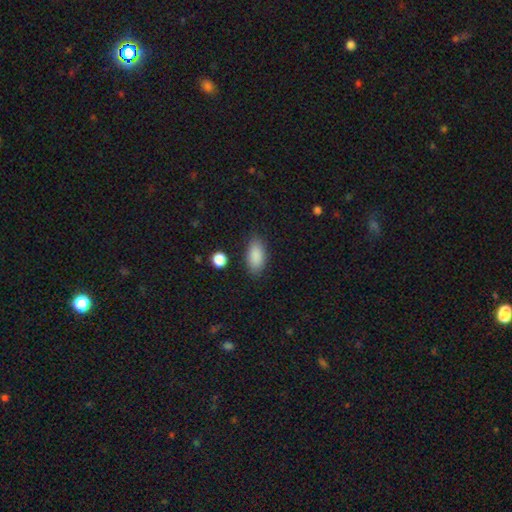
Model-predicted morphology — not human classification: This is clearly a smooth galaxy (88%). How rounded: clearly in between (90%). Merging: clearly none (84%).